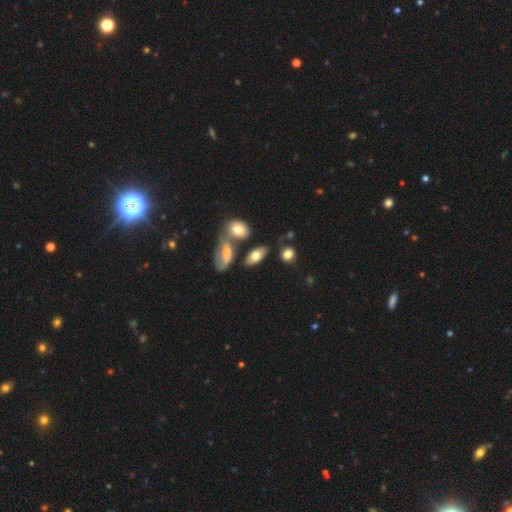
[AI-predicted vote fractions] Overall: smooth (70%). How rounded: in between (87%). Merging: none (59%; merger 21%).